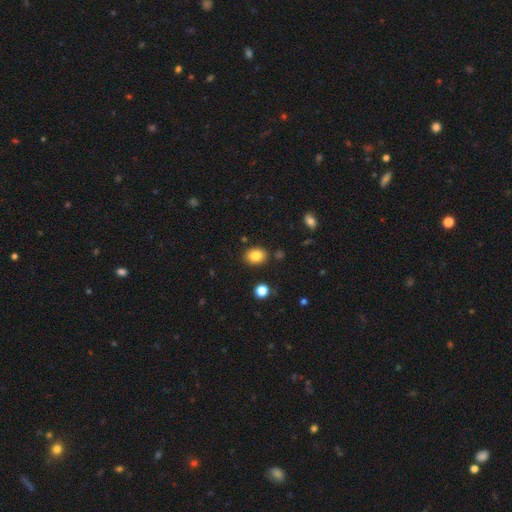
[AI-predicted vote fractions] Overall: smooth (84%). How rounded: in between (61%; round 38%). Merging: none (85%).